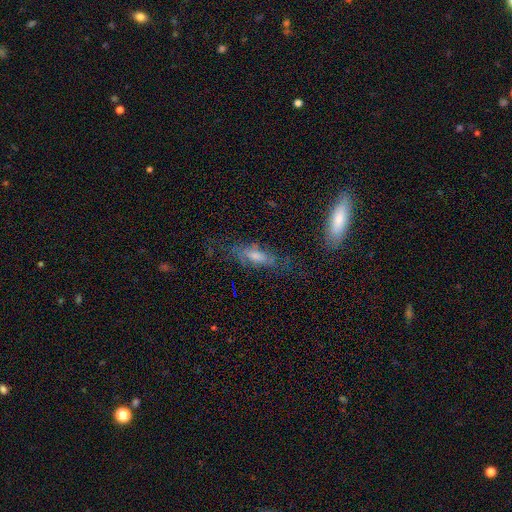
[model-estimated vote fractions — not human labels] A smooth galaxy with no disk features (45%).

Vote fractions:
- Smooth or featured? smooth: 45% / featured or disk: 43% / star or artifact: 12%
- Merging? none: 61% / minor disturbance: 22% / major disturbance: 13% / merger: 3%